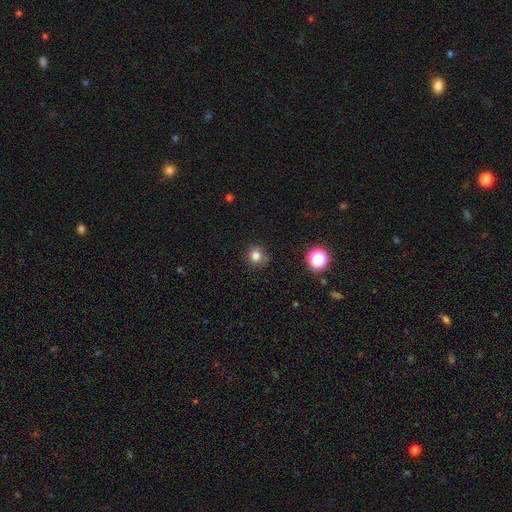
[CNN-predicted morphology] A smooth galaxy with no disk features (80%) that is round (92%).

Vote fractions:
- Smooth or featured? smooth: 80% / star or artifact: 15% / featured or disk: 5%
- How rounded? round: 92% / in between: 7% / cigar-shaped: 1%
- Merging? none: 84% / minor disturbance: 11% / major disturbance: 3% / merger: 1%